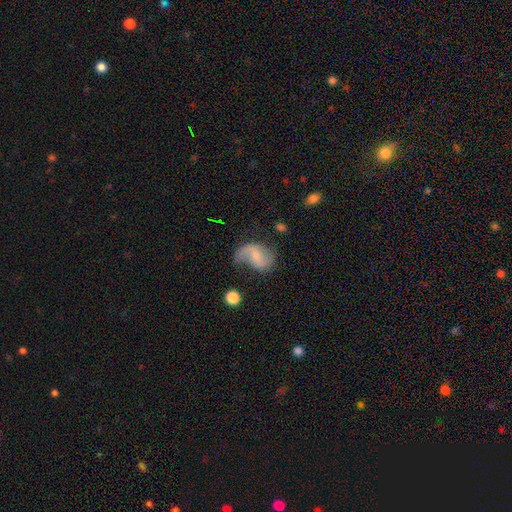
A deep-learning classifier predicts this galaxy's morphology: smooth_or_featured: featured or disk (p=0.68) [alt: smooth p=0.24]
disk_edge_on: no (p=0.97) [alt: yes p=0.03]
bar: weak (p=0.45) [alt: no p=0.41]
has_spiral_arms: yes (p=0.89) [alt: no p=0.11]
spiral_winding: loose (p=0.64) [alt: medium p=0.28]
spiral_arm_count: 2 (p=0.74) [alt: 1 p=0.18]
bulge_size: small (p=0.51) [alt: moderate p=0.33]
merging: none (p=0.44) [alt: minor disturbance p=0.28]